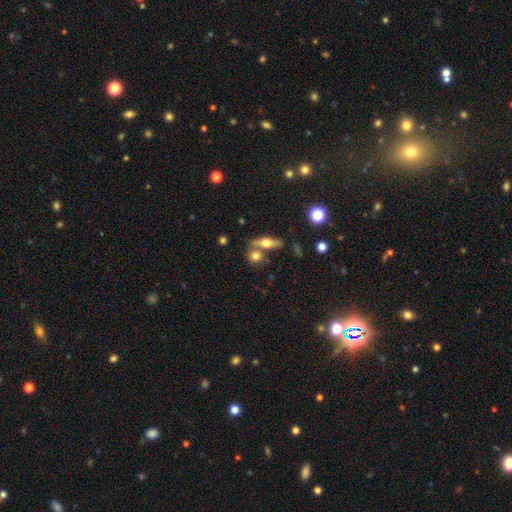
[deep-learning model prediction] Smooth or featured?
  - smooth: 62% *
  - featured or disk: 29%
  - star or artifact: 9%
How rounded?
  - round: 42% *
  - in between: 39%
  - cigar-shaped: 18%
Merging?
  - none: 56% *
  - merger: 30%
  - minor disturbance: 10%
  - major disturbance: 4%